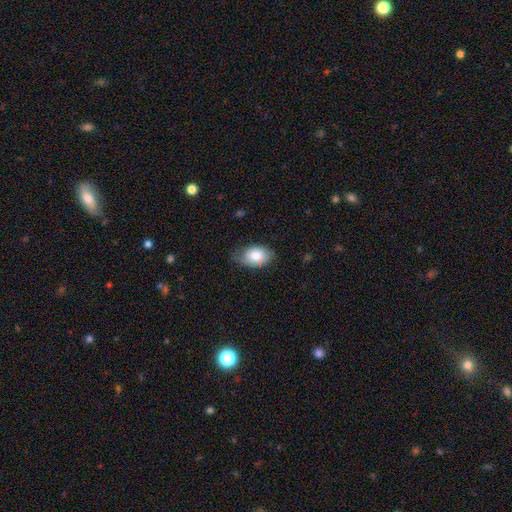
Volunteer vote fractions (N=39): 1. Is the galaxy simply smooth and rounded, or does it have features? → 87% smooth, 8% featured or disk, 5% star or artifact.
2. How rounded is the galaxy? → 91% in between, 6% round, 3% cigar-shaped.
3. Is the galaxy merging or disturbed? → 73% none, 22% minor disturbance, 3% major disturbance, 3% merger.